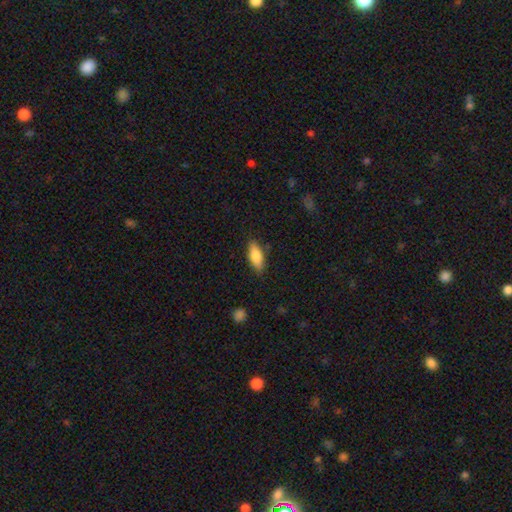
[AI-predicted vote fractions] This appears to be a smooth galaxy with no disk features (78%) that is in between round and cigar-shaped (70%). Merging: none (84%).